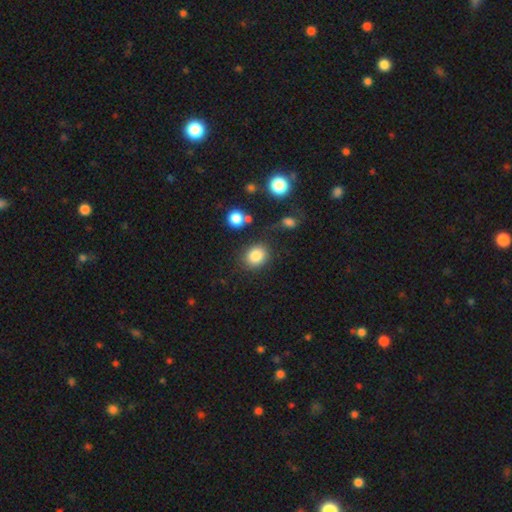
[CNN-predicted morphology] Overall: smooth (84%). How rounded: round (66%; in between 33%). Merging: none (80%).